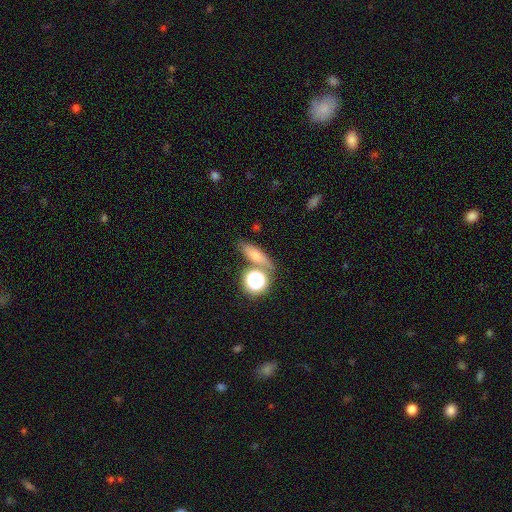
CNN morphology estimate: The model was most divided on "how rounded": in between: 43%, cigar-shaped: 29%, round: 28%. More confident: smooth or featured — smooth (65%); merging — none (64%).